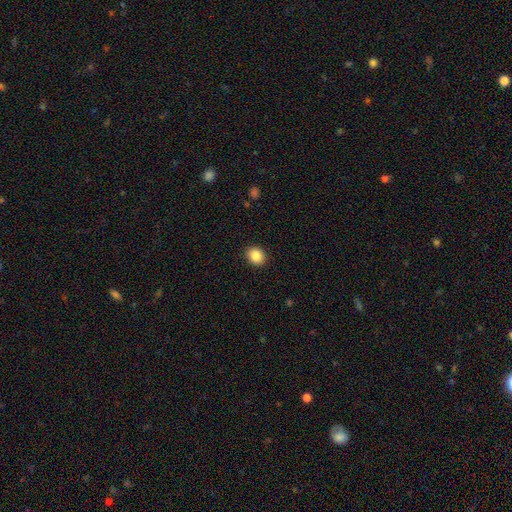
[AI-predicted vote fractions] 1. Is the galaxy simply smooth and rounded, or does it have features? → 87% smooth, 9% star or artifact, 4% featured or disk.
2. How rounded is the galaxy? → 60% round, 39% in between, 1% cigar-shaped.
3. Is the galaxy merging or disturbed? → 91% none, 6% minor disturbance, 2% major disturbance, 1% merger.